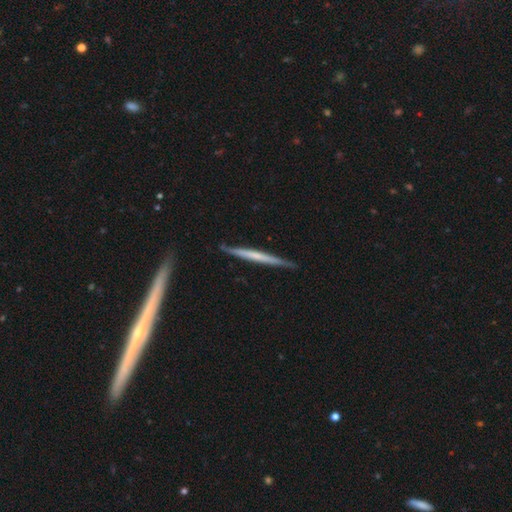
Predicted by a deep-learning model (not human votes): smooth_or_featured: featured or disk (p=0.56) [alt: smooth p=0.39]
disk_edge_on: yes (p=0.97) [alt: no p=0.03]
edge_on_bulge: none (p=0.77) [alt: rounded p=0.15]
merging: none (p=0.86) [alt: minor disturbance p=0.11]